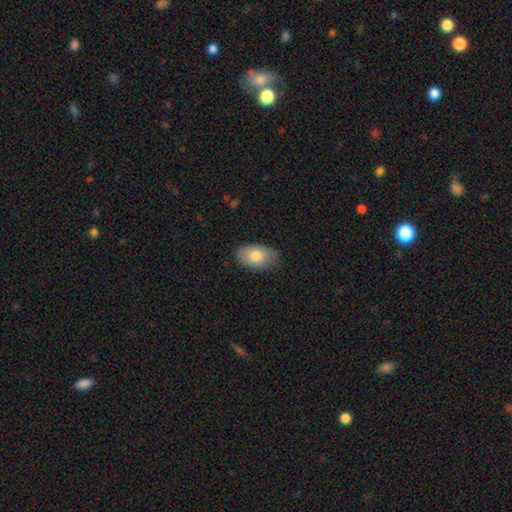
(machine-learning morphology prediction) This appears to be a smooth galaxy with no disk features (80%) that is in between round and cigar-shaped (92%). Merging: none (76%).